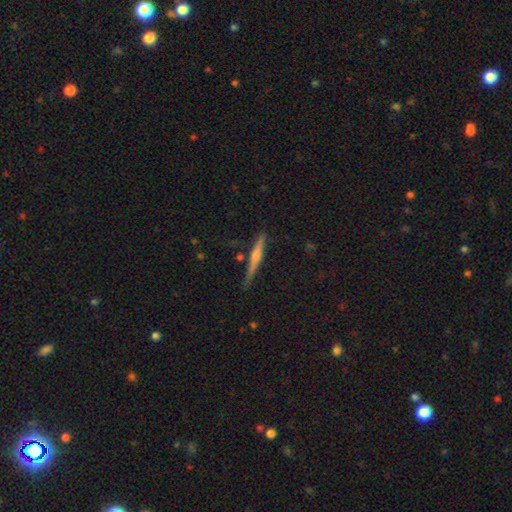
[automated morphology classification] smooth_or_featured: featured or disk (p=0.69) [alt: smooth p=0.23]
disk_edge_on: yes (p=0.98) [alt: no p=0.02]
edge_on_bulge: rounded (p=0.75) [alt: none p=0.18]
merging: none (p=0.85) [alt: minor disturbance p=0.11]